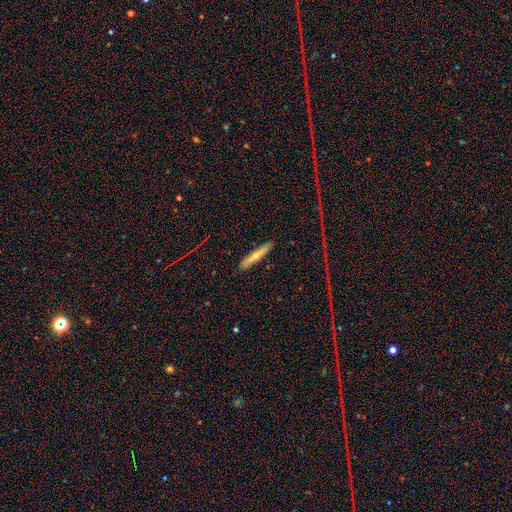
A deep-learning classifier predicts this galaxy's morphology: type=featured or disk (45%); merging=none (87%).